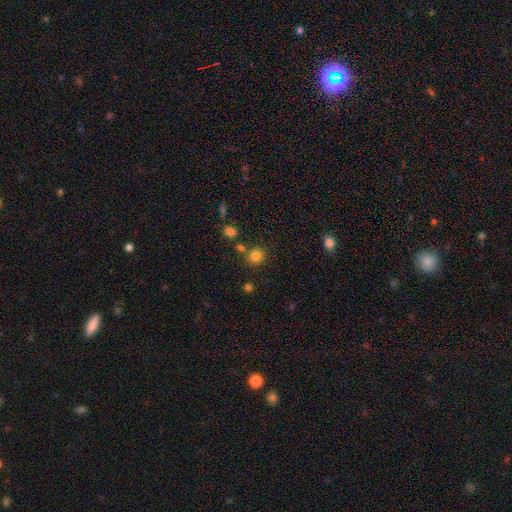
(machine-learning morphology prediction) Smooth or featured: smooth — 81% (star or artifact — 13%)
How rounded: round — 85% (in between — 14%)
Merging: none — 78% (merger — 10%)